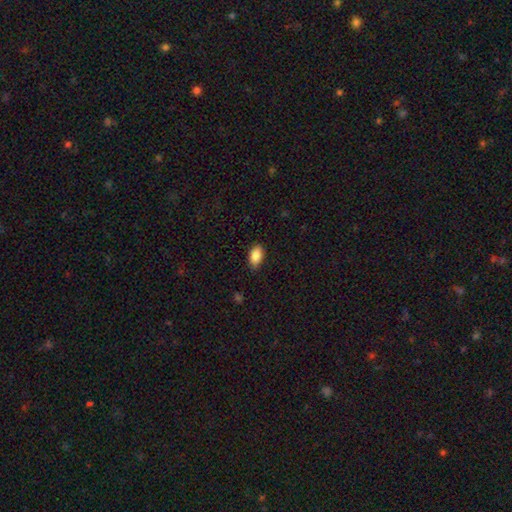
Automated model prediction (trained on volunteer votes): smooth_or_featured: smooth (p=0.88) [alt: star or artifact p=0.07]
how_rounded: in between (p=0.92) [alt: round p=0.06]
merging: none (p=0.86) [alt: minor disturbance p=0.11]